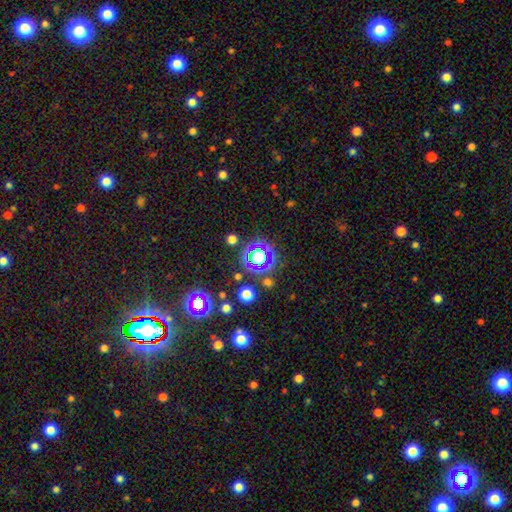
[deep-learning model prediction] The model was most divided on "smooth or featured": star or artifact: 51%, smooth: 35%, featured or disk: 14%.